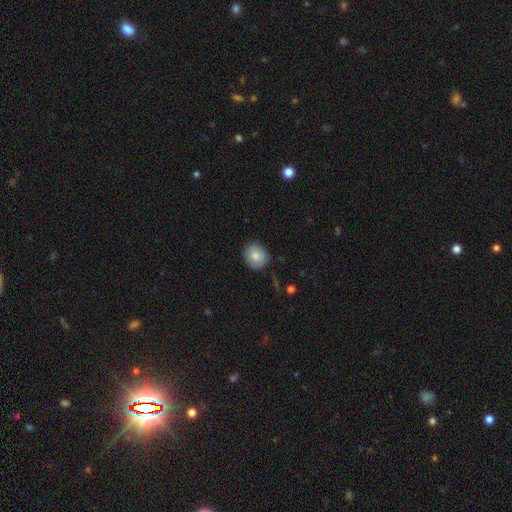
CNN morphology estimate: type=smooth (80%); roundness=round (79%); merging=none (83%).